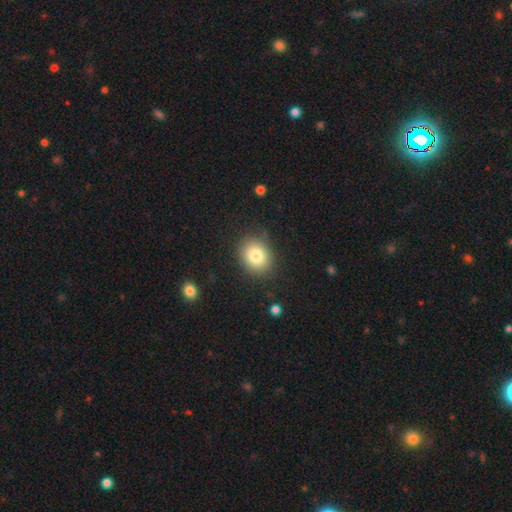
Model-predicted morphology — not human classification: A smooth galaxy with no disk features (81%) that is round (57%).

Vote fractions:
- Smooth or featured? smooth: 81% / star or artifact: 10% / featured or disk: 9%
- How rounded? round: 57% / in between: 42% / cigar-shaped: 1%
- Merging? none: 85% / minor disturbance: 10% / major disturbance: 3% / merger: 1%